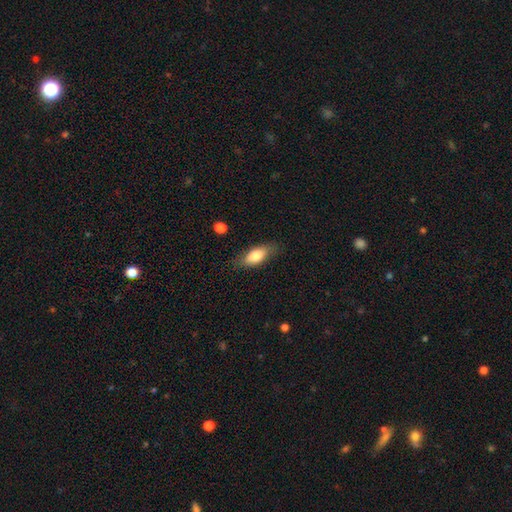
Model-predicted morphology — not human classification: Q: Smooth or featured?
A: smooth (78%); runner-up: featured or disk (16%)
Q: How rounded?
A: in between (82%); runner-up: cigar-shaped (15%)
Q: Merging?
A: none (78%); runner-up: minor disturbance (16%)